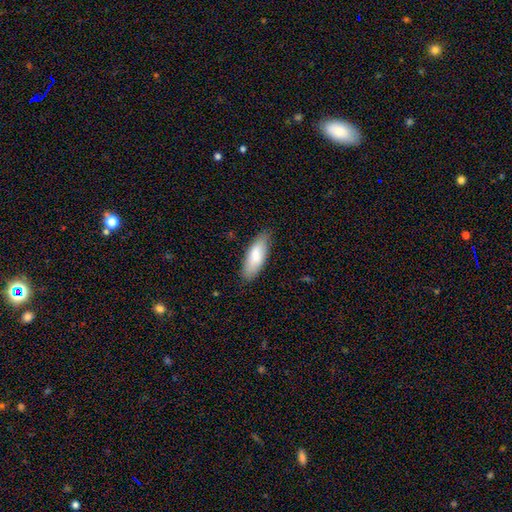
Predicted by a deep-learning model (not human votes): Smooth or featured? smooth (83%)
How rounded? in between (67%)
Merging? none (83%)